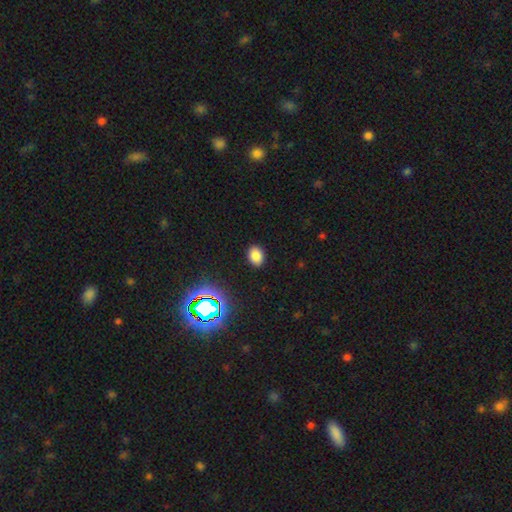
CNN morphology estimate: A smooth galaxy with no disk features (80%) that is in between round and cigar-shaped (70%). Merging: none (88%).